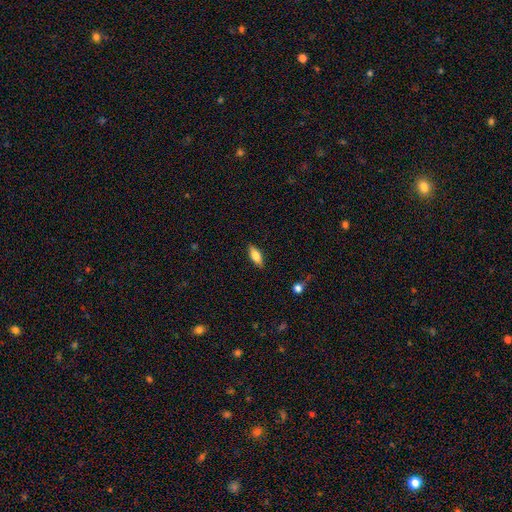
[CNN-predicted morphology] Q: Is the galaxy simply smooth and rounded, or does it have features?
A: smooth — 67%.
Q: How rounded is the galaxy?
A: in between — 69%.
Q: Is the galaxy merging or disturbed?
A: none — 86%.